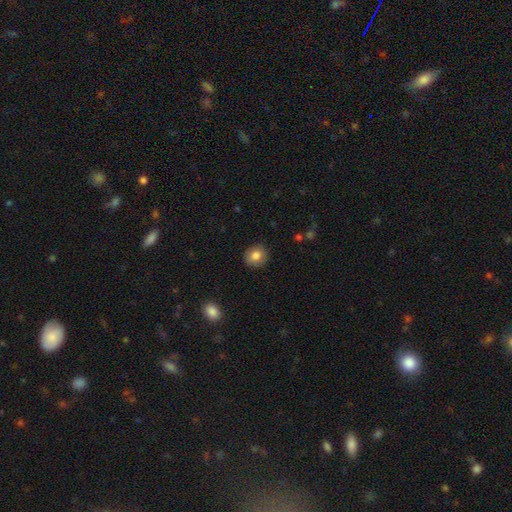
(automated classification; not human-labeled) The model was most divided on "how rounded": round: 82%, in between: 17%, cigar-shaped: 1%. More confident: merging — none (89%); smooth or featured — smooth (83%).